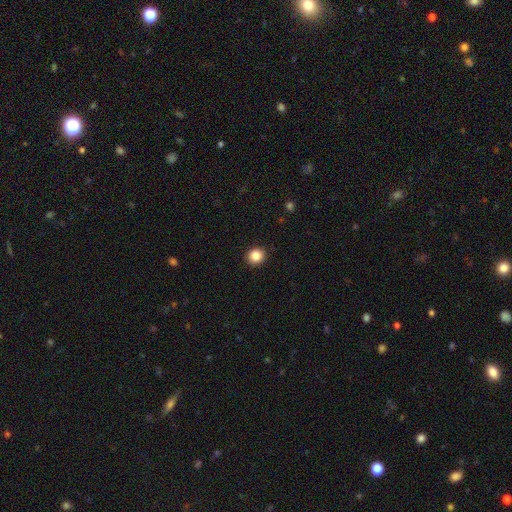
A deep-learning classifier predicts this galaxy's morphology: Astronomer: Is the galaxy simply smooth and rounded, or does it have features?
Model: smooth — 86%.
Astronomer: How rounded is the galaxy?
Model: round — 86%.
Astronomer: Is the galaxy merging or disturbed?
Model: none — 92%.